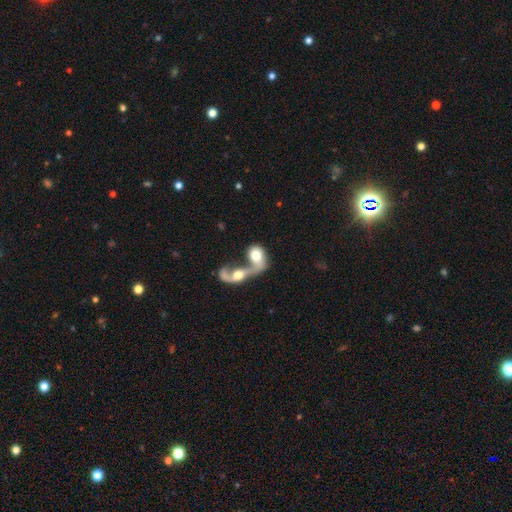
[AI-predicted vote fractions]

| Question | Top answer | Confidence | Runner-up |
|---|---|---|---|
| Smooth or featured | smooth | 53% | featured or disk (39%) |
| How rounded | in between | 65% | round (32%) |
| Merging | merger | 84% | major disturbance (8%) |